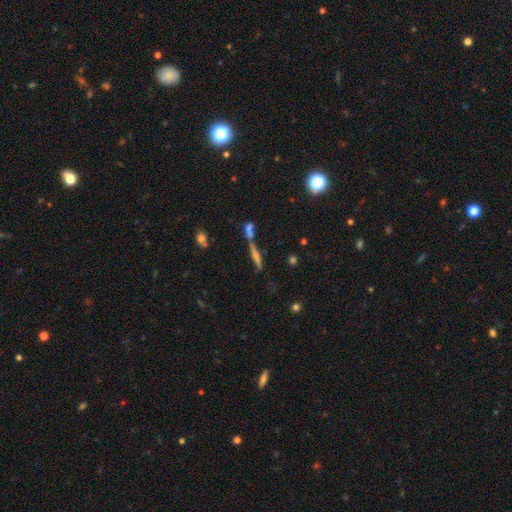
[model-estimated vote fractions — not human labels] Q: Smooth or featured?
A: featured or disk (47%); runner-up: smooth (34%)
Q: Merging?
A: none (53%); runner-up: merger (31%)